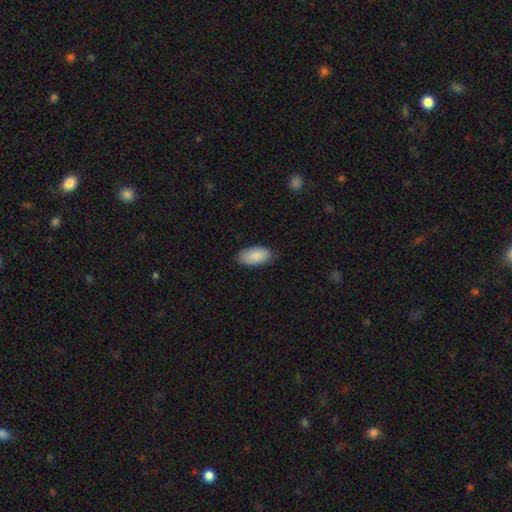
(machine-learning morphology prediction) smooth 88%, star or artifact 6%, featured or disk 6%. Down the decision tree: how rounded — in between (95%); merging — none (82%).